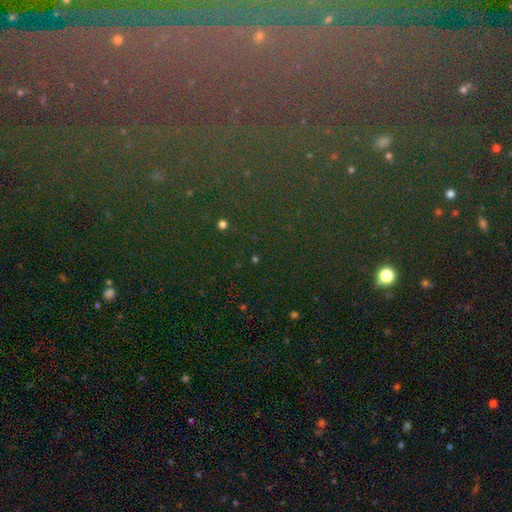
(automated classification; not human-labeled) Smooth or featured: star or artifact — 73% (smooth — 14%)